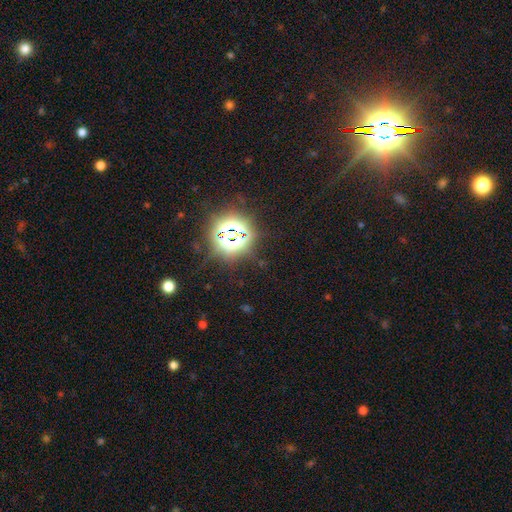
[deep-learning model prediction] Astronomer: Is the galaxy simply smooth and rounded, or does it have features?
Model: star or artifact — 82%.